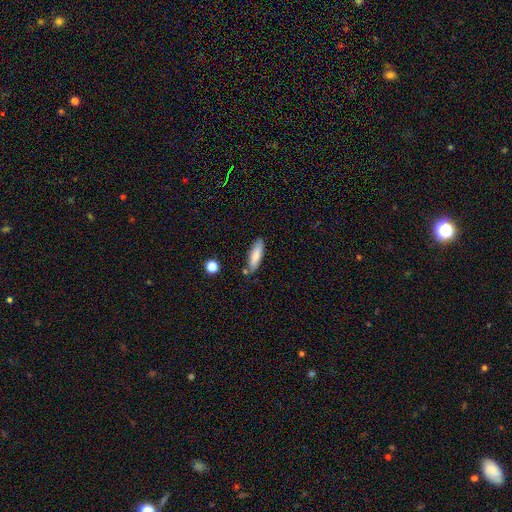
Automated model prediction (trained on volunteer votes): smooth-or-featured: smooth: 80% | featured or disk: 13% | star or artifact: 6%
  how-rounded: cigar-shaped: 59% | in between: 39% | round: 2%
  merging: none: 74% | minor disturbance: 17% | merger: 5% | major disturbance: 3%